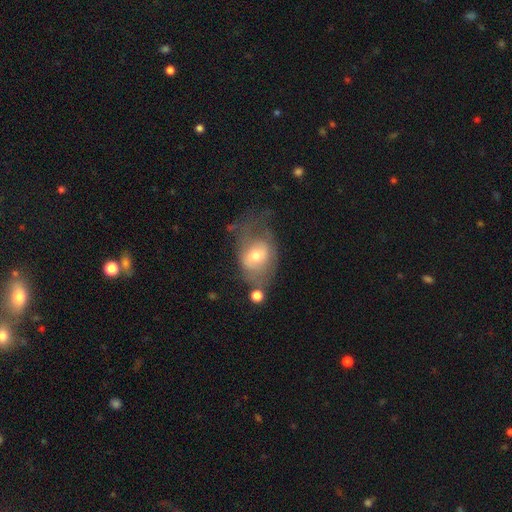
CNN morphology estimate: Smooth or featured?
  - featured or disk: 46% *
  - smooth: 45%
  - star or artifact: 9%
Merging?
  - none: 34% *
  - major disturbance: 33%
  - minor disturbance: 25%
  - merger: 8%